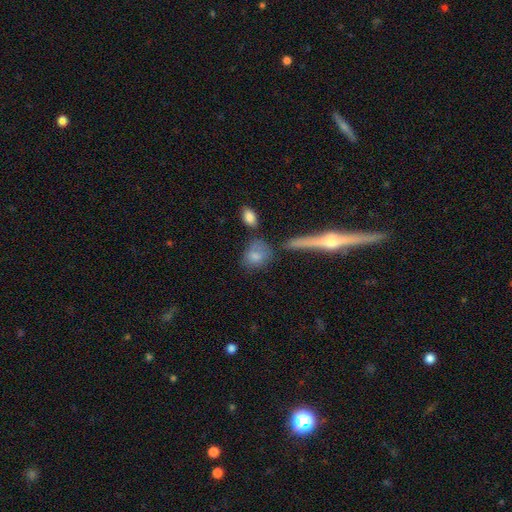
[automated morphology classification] Smooth or featured?
  - smooth: 78% *
  - featured or disk: 13%
  - star or artifact: 9%
How rounded?
  - in between: 49% *
  - round: 45%
  - cigar-shaped: 6%
Merging?
  - none: 54% *
  - minor disturbance: 20%
  - merger: 15%
  - major disturbance: 10%